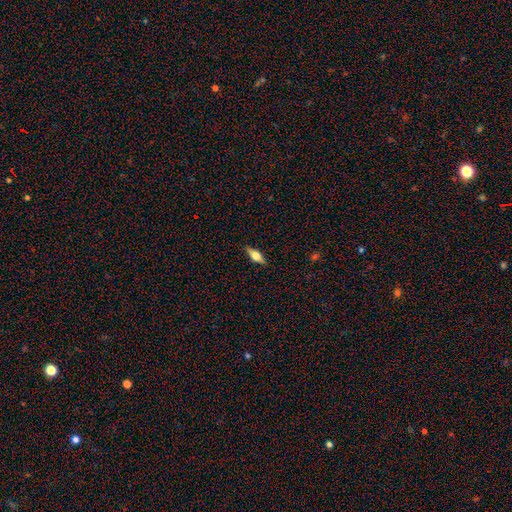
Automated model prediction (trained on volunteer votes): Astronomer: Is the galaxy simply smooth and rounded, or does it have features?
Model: featured or disk — 52% (runner-up: smooth, 40%).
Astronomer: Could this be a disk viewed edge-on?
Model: yes — 93%.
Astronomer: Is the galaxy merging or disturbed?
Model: none — 87%.